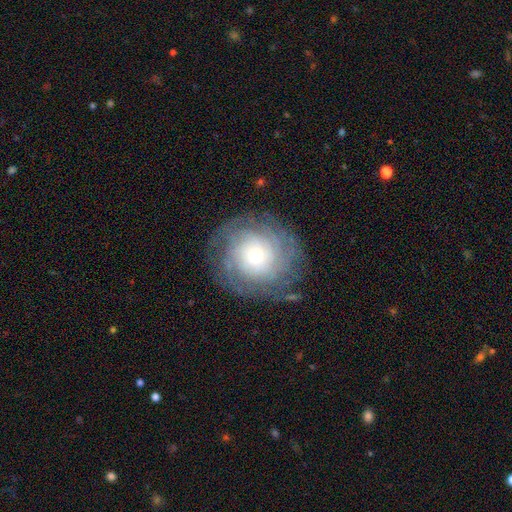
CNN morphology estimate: type=featured or disk (74%); edge-on=no (97%); bar=no (76%); spiral arms=yes (92%); winding=tight (76%); arm count=can't tell (42%); bulge=small (60%); merging=none (79%).